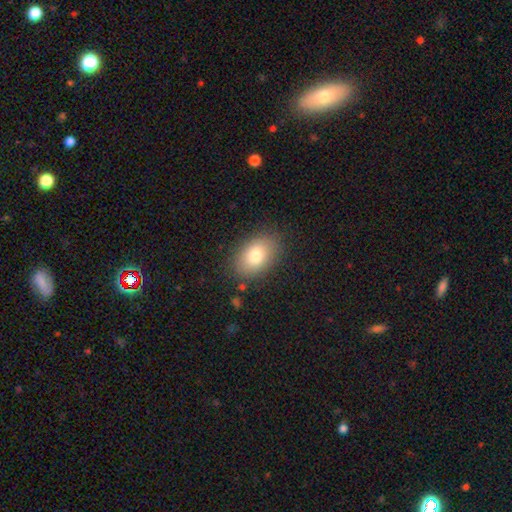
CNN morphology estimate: Smooth or featured? smooth (79%)
How rounded? in between (87%)
Merging? none (84%)